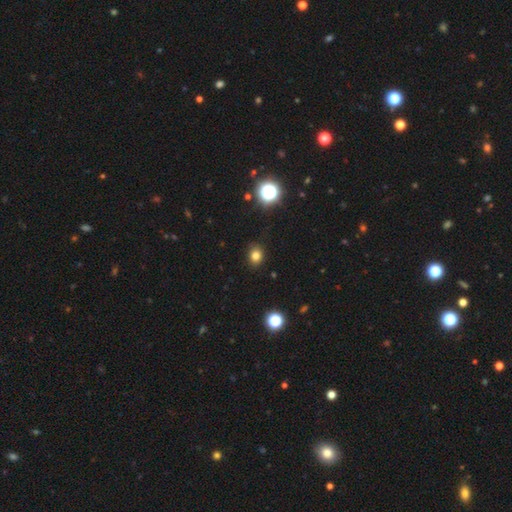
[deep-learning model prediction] The model was most divided on "how rounded": round: 63%, in between: 36%, cigar-shaped: 1%. More confident: merging — none (88%); smooth or featured — smooth (79%).